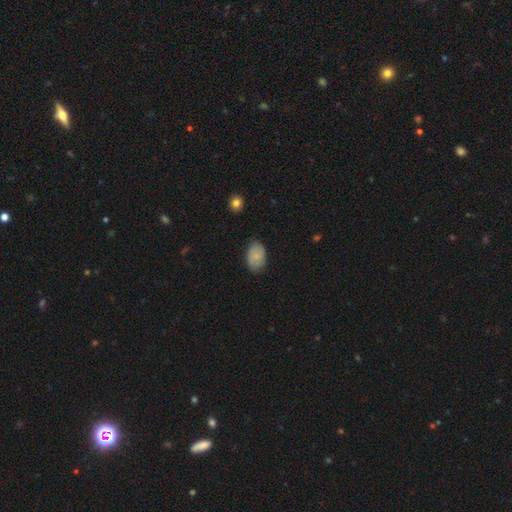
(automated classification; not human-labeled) This is likely a smooth galaxy (76%). How rounded: clearly in between (88%). Merging: likely none (77%).